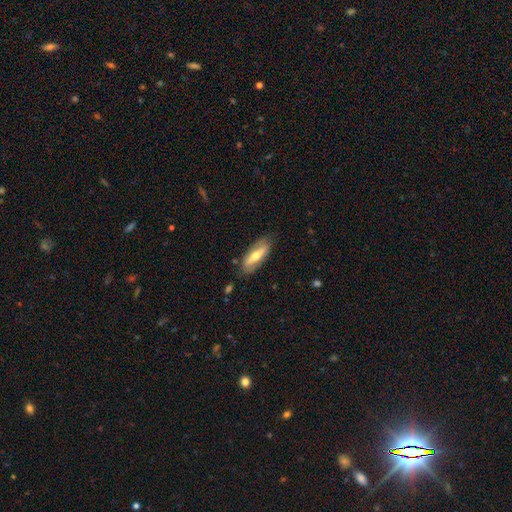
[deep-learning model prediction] featured or disk 51%, smooth 43%, star or artifact 6%. Down the decision tree: edge-on disk — no (59%); merging — none (79%).